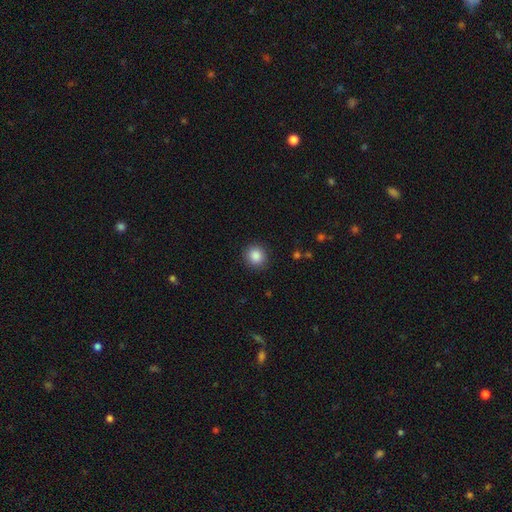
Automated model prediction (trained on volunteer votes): Smooth or featured? smooth (87%)
How rounded? round (89%)
Merging? none (89%)